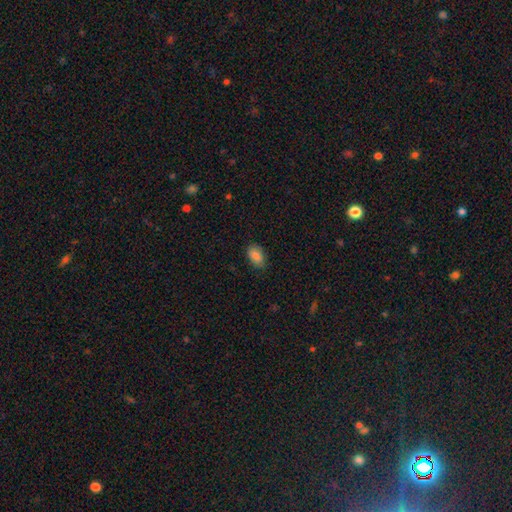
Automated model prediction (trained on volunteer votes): This appears to be a smooth galaxy with no disk features (86%) that is in between round and cigar-shaped (91%). Merging: none (81%).